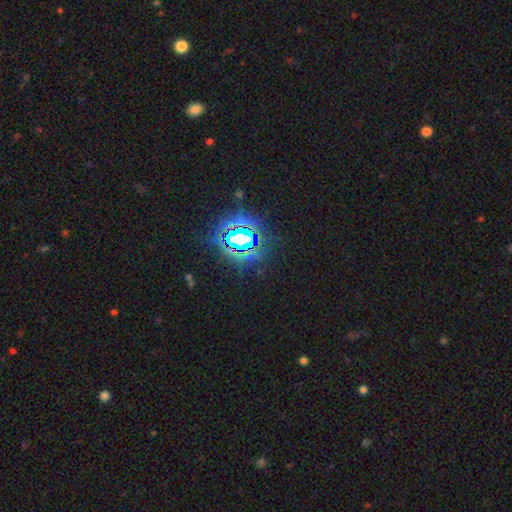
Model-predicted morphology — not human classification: star or artifact 86%, smooth 8%, featured or disk 5%.